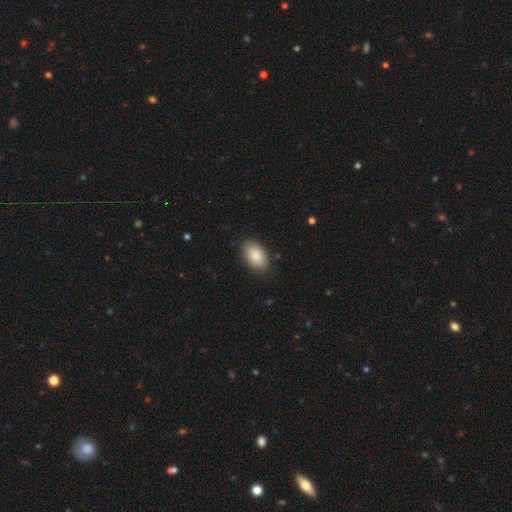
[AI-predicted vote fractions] A smooth galaxy with no disk features (86%) that is in between round and cigar-shaped (93%).

Vote fractions:
- Smooth or featured? smooth: 86% / featured or disk: 8% / star or artifact: 6%
- How rounded? in between: 93% / round: 6% / cigar-shaped: 1%
- Merging? none: 84% / minor disturbance: 12% / major disturbance: 3% / merger: 1%